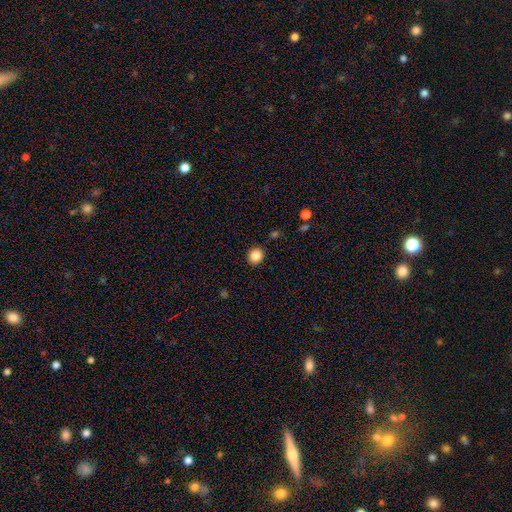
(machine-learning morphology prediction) smooth_or_featured: smooth (p=0.85) [alt: star or artifact p=0.11]
how_rounded: round (p=0.83) [alt: in between p=0.16]
merging: none (p=0.91) [alt: minor disturbance p=0.06]